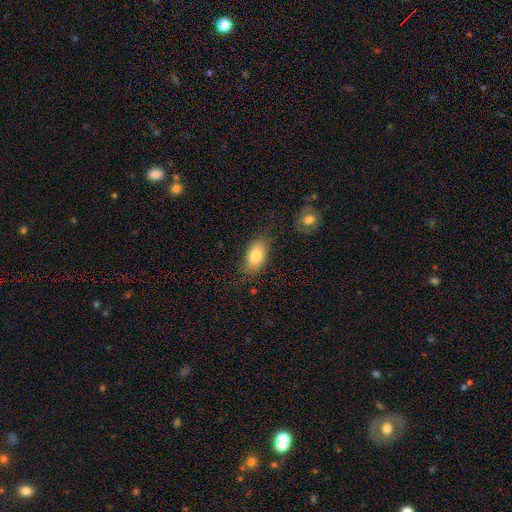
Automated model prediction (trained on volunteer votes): Morphology: type=smooth (79%); roundness=in between (90%); merging=none (76%).